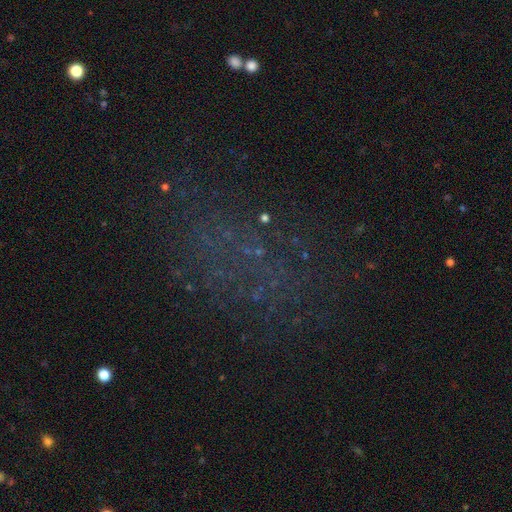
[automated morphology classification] Smooth or featured?
  - star or artifact: 48% *
  - featured or disk: 27%
  - smooth: 25%